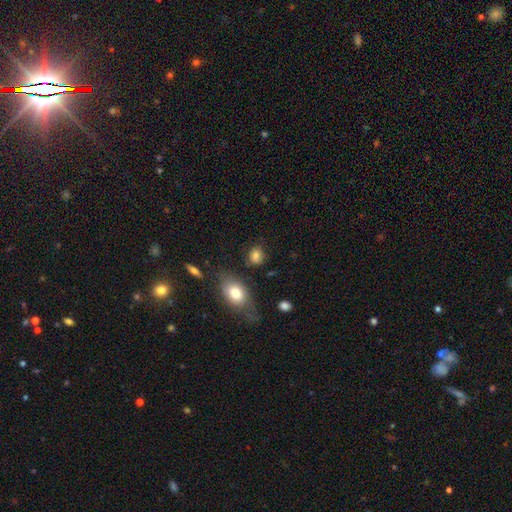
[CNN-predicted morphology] The model was most divided on "how rounded": round: 67%, in between: 31%, cigar-shaped: 2%. More confident: smooth or featured — smooth (82%); merging — none (78%).